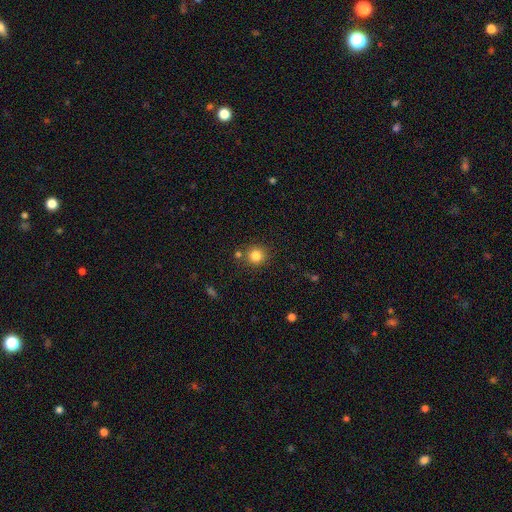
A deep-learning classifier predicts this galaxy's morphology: type=smooth (83%); roundness=round (90%); merging=none (80%).